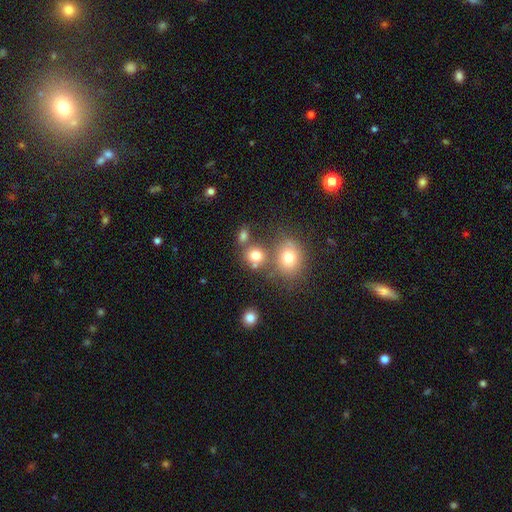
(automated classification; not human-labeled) Morphology: type=smooth (76%); roundness=round (74%); merging=none (54%).